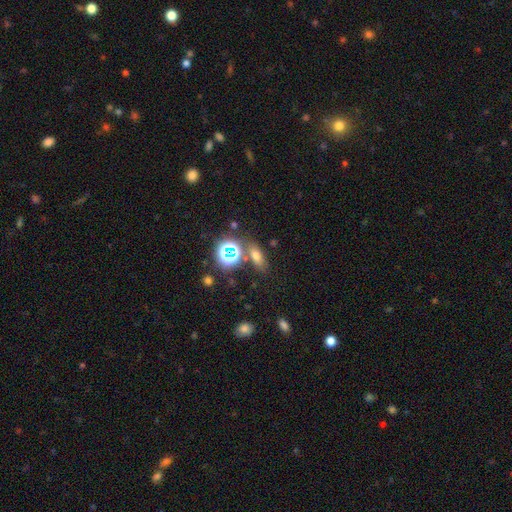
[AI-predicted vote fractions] Morphology: type=smooth (61%); roundness=in between (69%); merging=none (72%).